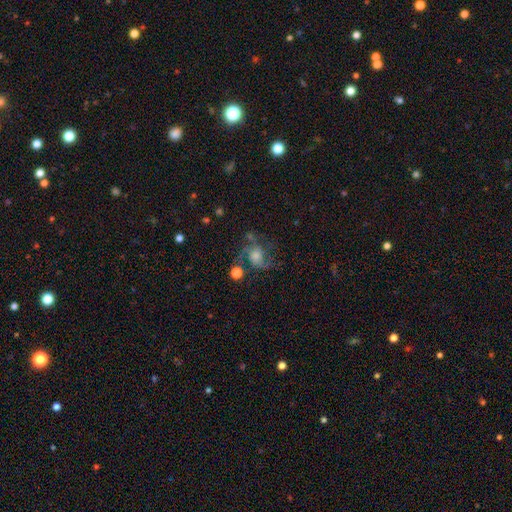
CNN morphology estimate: smooth-or-featured: featured or disk: 71% | smooth: 16% | star or artifact: 14%
  disk-edge-on: no: 97% | yes: 3%
    bar: no: 68% | weak: 27% | strong: 5%
    has-spiral-arms: yes: 92% | no: 8%
      spiral-winding: medium: 51% | loose: 34% | tight: 15%
      spiral-arm-count: 2: 57% | 3: 18% | can't tell: 12% | 1: 5% | 4: 4% | more than 4: 4%
    bulge-size: moderate: 41% | small: 22% | large: 22% | none: 12% | dominant: 3%
  merging: none: 60% | major disturbance: 18% | minor disturbance: 17% | merger: 5%